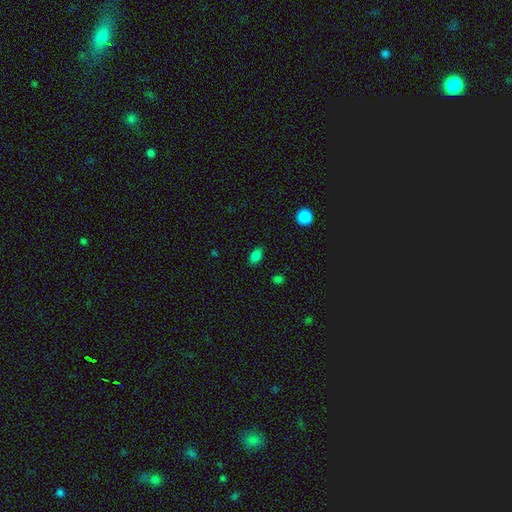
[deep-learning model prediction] Overall: smooth (83%). How rounded: in between (87%). Merging: none (84%).